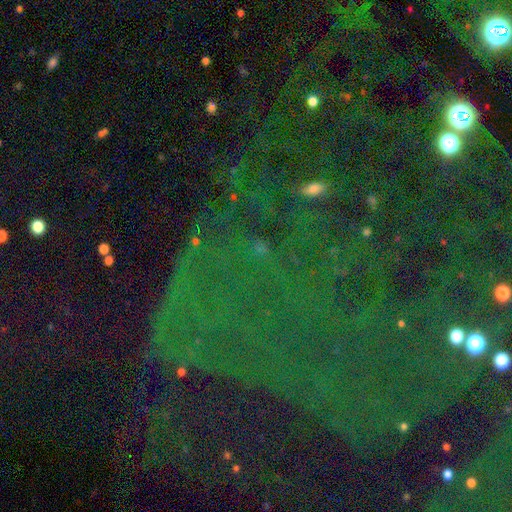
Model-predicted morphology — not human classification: This is clearly a star or artifact rather than a galaxy (83%).